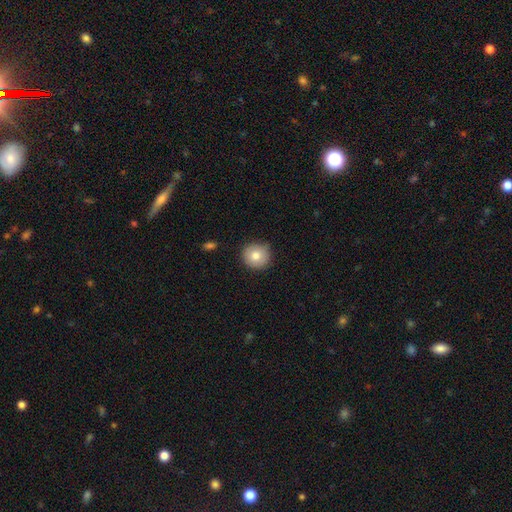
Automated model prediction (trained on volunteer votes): A smooth galaxy with no disk features (81%) that is round (93%). Merging: none (83%).